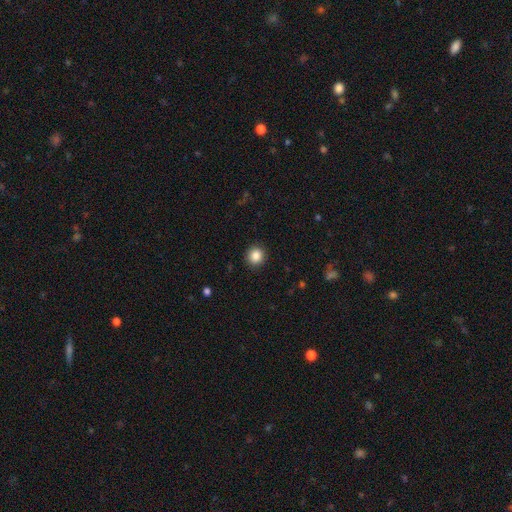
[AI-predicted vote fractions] Smooth or featured? Predicted: smooth (p=0.87). How rounded? Predicted: round (p=0.89). Merging? Predicted: none (p=0.91).